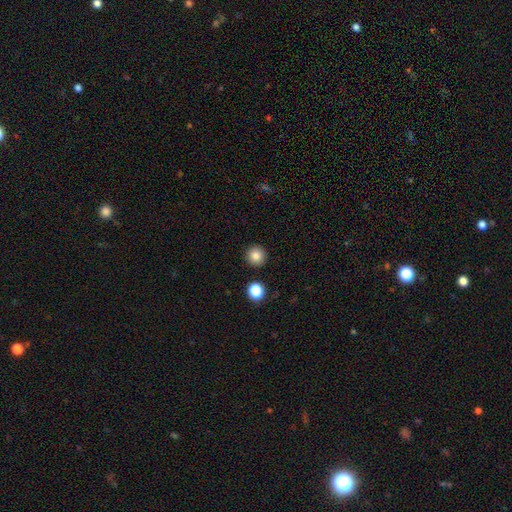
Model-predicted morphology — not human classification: Smooth or featured?
  - smooth: 84% *
  - star or artifact: 11%
  - featured or disk: 5%
How rounded?
  - round: 95% *
  - in between: 4%
  - cigar-shaped: 1%
Merging?
  - none: 92% *
  - minor disturbance: 4%
  - merger: 2%
  - major disturbance: 2%